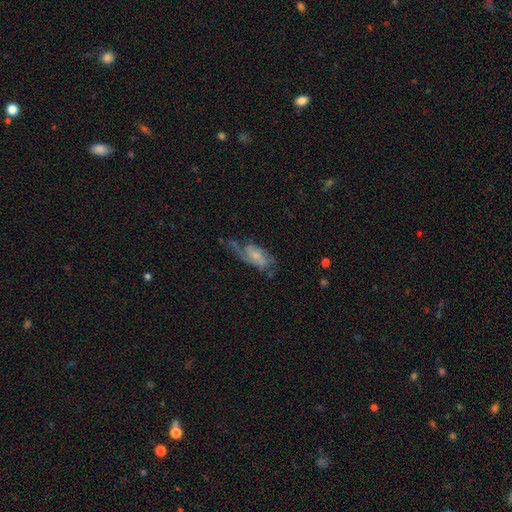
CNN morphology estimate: This appears to be a featured or disk galaxy (72%) with no bar (52%), 2 (63%) medium (46%) spiral arms (90%) and a small central bulge (49%). Merging: none (48%).